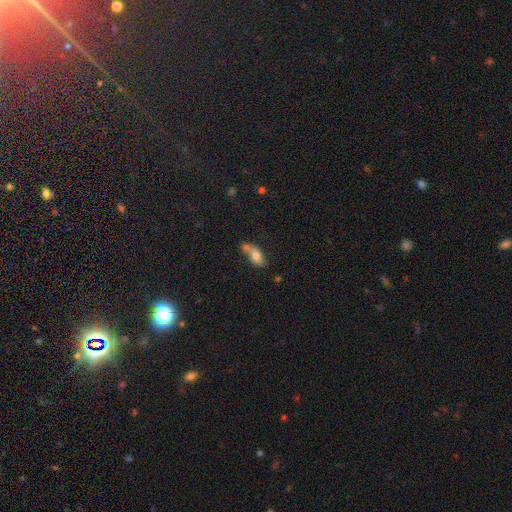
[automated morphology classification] This appears to be a smooth galaxy with no disk features (70%) that is in between round and cigar-shaped (81%). Merging: merger (37%).